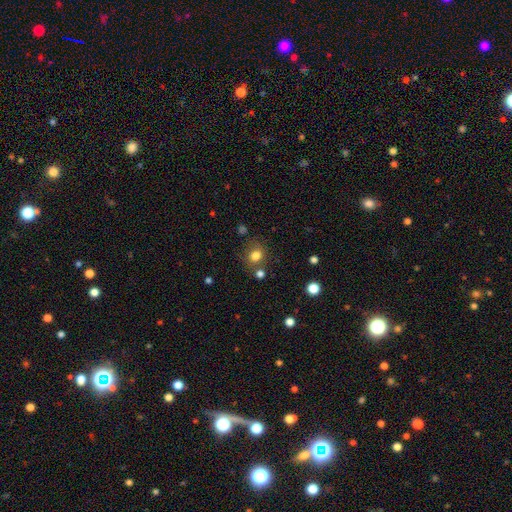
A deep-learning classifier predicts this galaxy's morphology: This is likely a smooth galaxy (80%). How rounded: likely round (68%). Merging: likely none (72%).